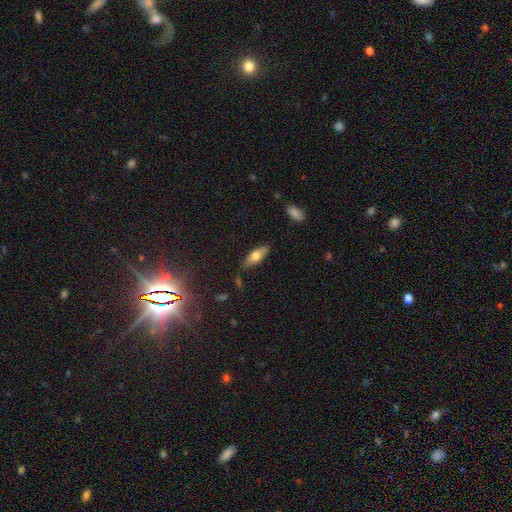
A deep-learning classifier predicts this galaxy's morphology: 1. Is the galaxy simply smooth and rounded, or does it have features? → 63% smooth, 30% featured or disk, 7% star or artifact.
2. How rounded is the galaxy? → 62% in between, 35% cigar-shaped, 3% round.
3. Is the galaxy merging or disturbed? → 77% none, 17% minor disturbance, 3% major disturbance, 3% merger.